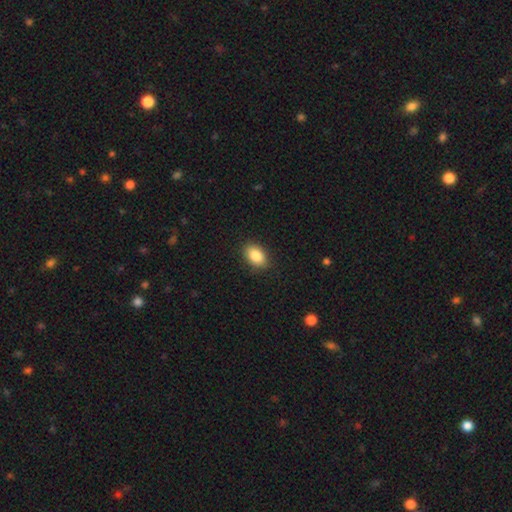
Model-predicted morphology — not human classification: type=smooth (87%); roundness=in between (88%); merging=none (88%).